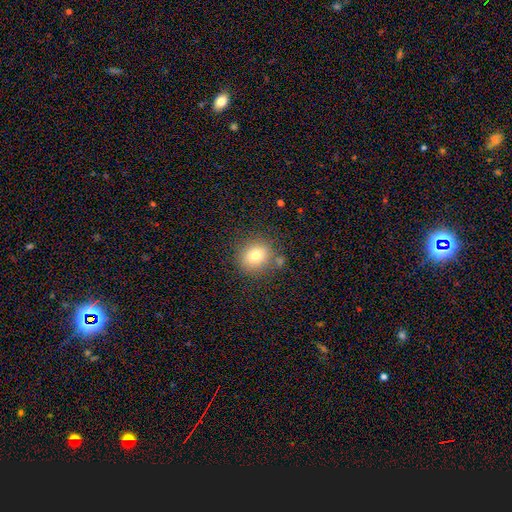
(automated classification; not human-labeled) Smooth or featured?
  - smooth: 76% *
  - star or artifact: 13%
  - featured or disk: 11%
How rounded?
  - round: 80% *
  - in between: 19%
  - cigar-shaped: 1%
Merging?
  - none: 81% *
  - minor disturbance: 11%
  - merger: 5%
  - major disturbance: 4%